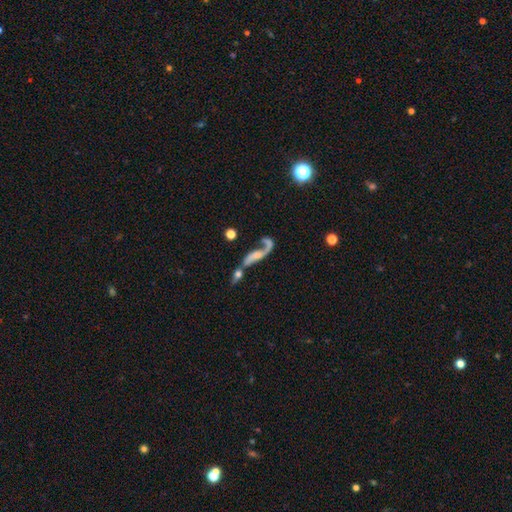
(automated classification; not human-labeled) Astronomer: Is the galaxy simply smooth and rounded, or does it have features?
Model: featured or disk — 67%.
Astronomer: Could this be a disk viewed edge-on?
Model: no — 85%.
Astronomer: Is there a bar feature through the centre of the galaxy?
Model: no — 61%.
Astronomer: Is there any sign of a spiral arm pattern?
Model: yes — 78%.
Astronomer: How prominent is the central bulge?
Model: small — 35% (runner-up: none, 33%).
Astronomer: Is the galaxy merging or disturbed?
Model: merger — 45% (runner-up: none, 25%).